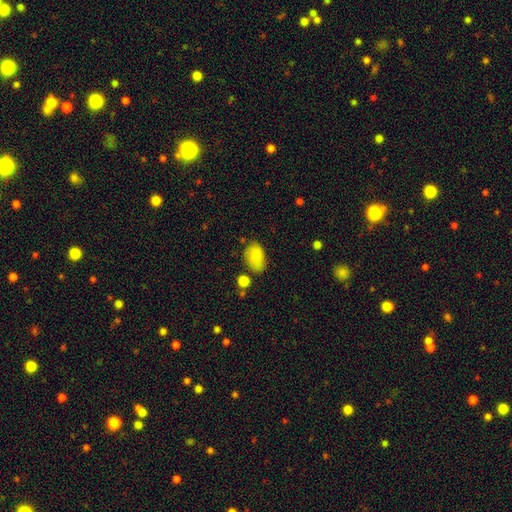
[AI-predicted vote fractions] Smooth or featured: smooth — 83% (featured or disk — 9%)
How rounded: in between — 87% (round — 11%)
Merging: none — 68% (minor disturbance — 22%)